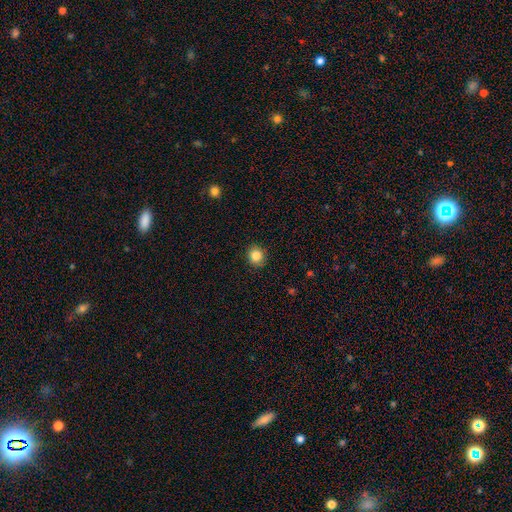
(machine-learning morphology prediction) Overall: smooth (84%). How rounded: round (84%). Merging: none (90%).